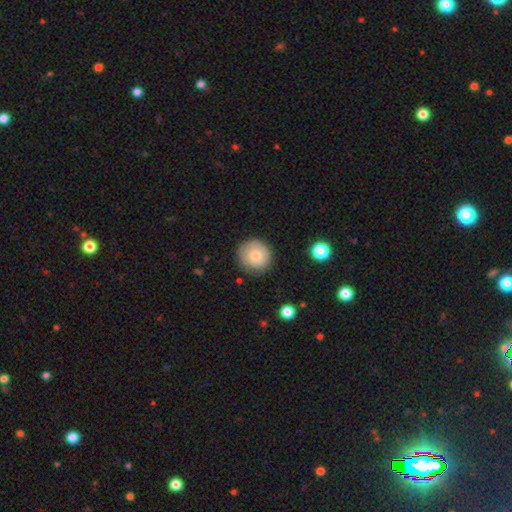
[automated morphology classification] This appears to be a smooth galaxy with no disk features (75%) that is round (93%). Merging: none (85%).